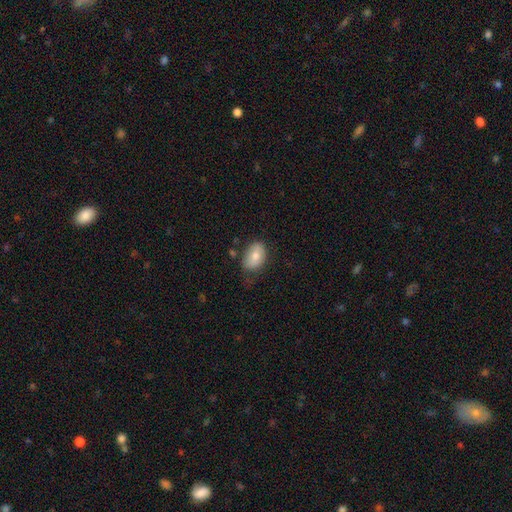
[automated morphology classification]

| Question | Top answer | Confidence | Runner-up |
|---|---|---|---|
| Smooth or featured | smooth | 79% | featured or disk (14%) |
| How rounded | in between | 89% | round (9%) |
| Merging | none | 63% | minor disturbance (27%) |